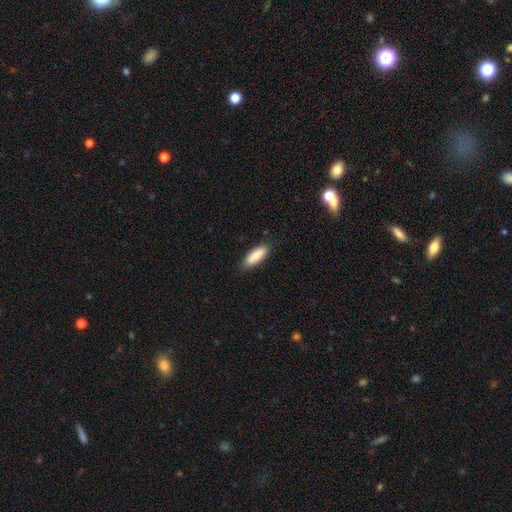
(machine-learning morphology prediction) Smooth or featured?
  - smooth: 88% *
  - featured or disk: 6%
  - star or artifact: 5%
How rounded?
  - in between: 52% *
  - cigar-shaped: 46%
  - round: 2%
Merging?
  - none: 85% *
  - minor disturbance: 11%
  - major disturbance: 2%
  - merger: 1%